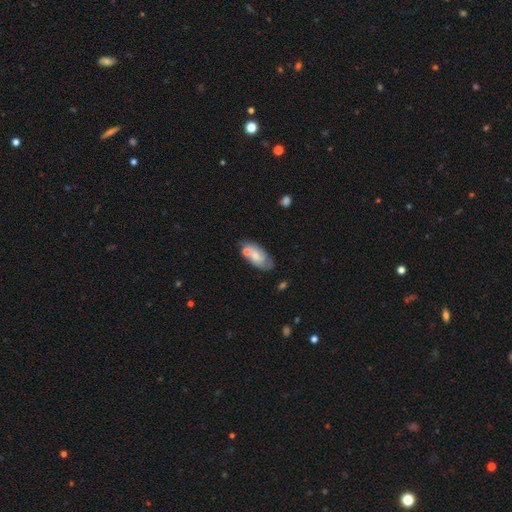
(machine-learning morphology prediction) smooth-or-featured: smooth: 56% | featured or disk: 37% | star or artifact: 7%
  how-rounded: in between: 89% | cigar-shaped: 7% | round: 4%
  merging: none: 51% | minor disturbance: 22% | merger: 20% | major disturbance: 7%